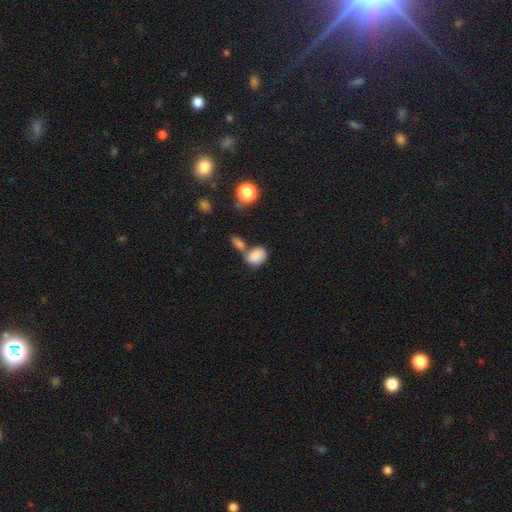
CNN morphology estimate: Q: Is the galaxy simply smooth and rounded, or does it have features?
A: smooth — 84%.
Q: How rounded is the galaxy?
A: in between — 75%.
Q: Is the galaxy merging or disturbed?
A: merger — 47%.